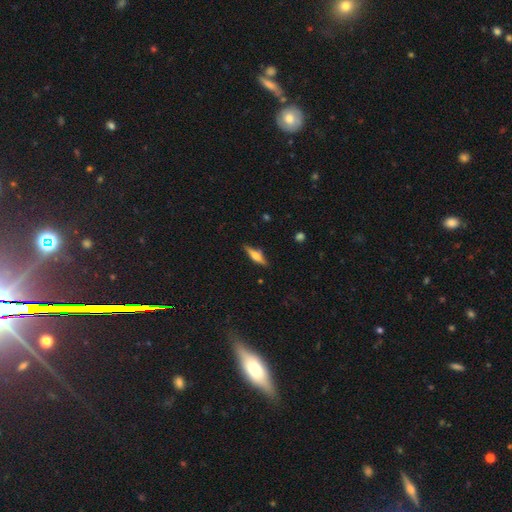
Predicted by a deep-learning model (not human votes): Smooth or featured? Predicted: featured or disk (p=0.59). Edge-on disk? Predicted: yes (p=0.95). Edge-on bulge? Predicted: rounded (p=0.87). Merging? Predicted: none (p=0.84).